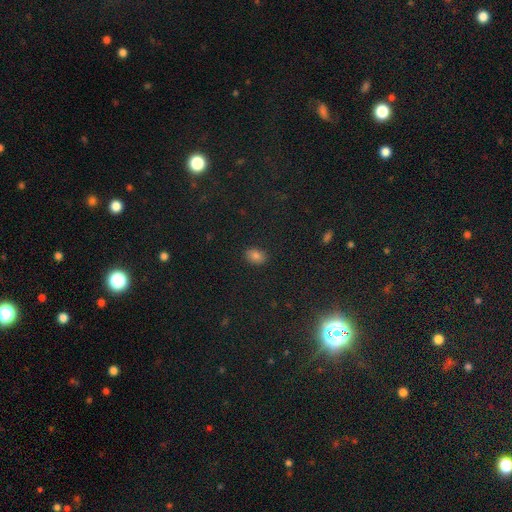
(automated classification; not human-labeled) This appears to be a smooth galaxy with no disk features (79%) that is in between round and cigar-shaped (76%). Merging: none (88%).